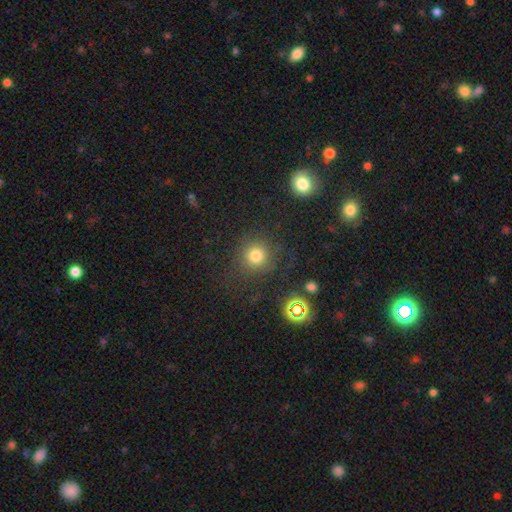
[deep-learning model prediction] smooth-or-featured: smooth: 74% | star or artifact: 17% | featured or disk: 8%
  how-rounded: round: 92% | in between: 7% | cigar-shaped: 1%
  merging: none: 80% | minor disturbance: 10% | major disturbance: 7% | merger: 3%